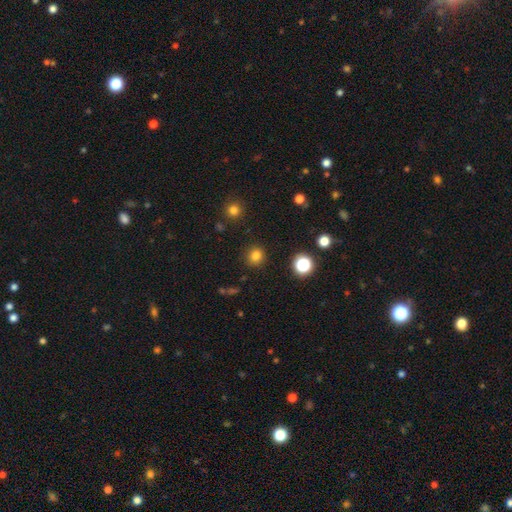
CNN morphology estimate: Overall: smooth (80%). How rounded: round (89%). Merging: none (89%).